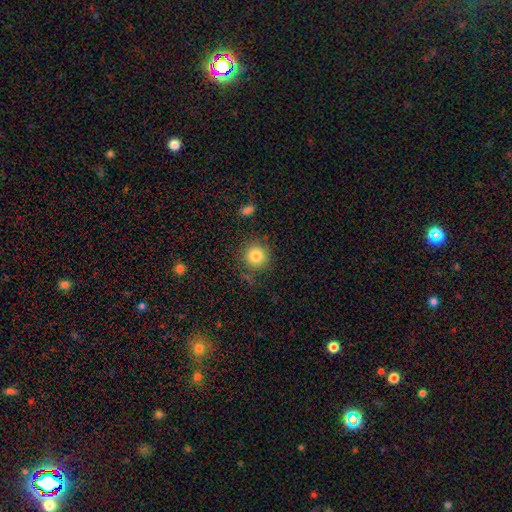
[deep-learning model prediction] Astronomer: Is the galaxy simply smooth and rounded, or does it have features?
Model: smooth — 82%.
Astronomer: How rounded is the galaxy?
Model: round — 93%.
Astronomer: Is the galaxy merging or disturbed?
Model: none — 81%.